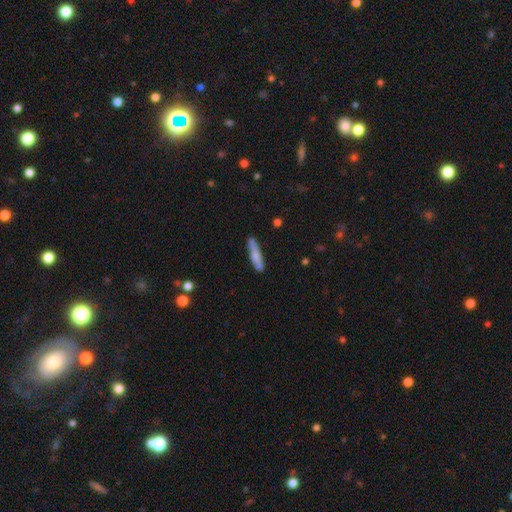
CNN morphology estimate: Smooth or featured: smooth — 72% (featured or disk — 22%)
How rounded: cigar-shaped — 83% (in between — 15%)
Merging: none — 81% (minor disturbance — 14%)